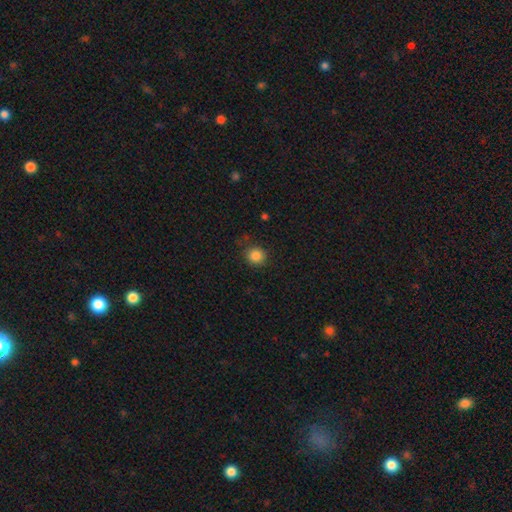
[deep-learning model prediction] This is clearly a smooth galaxy (85%). How rounded: clearly round (89%). Merging: clearly none (84%).